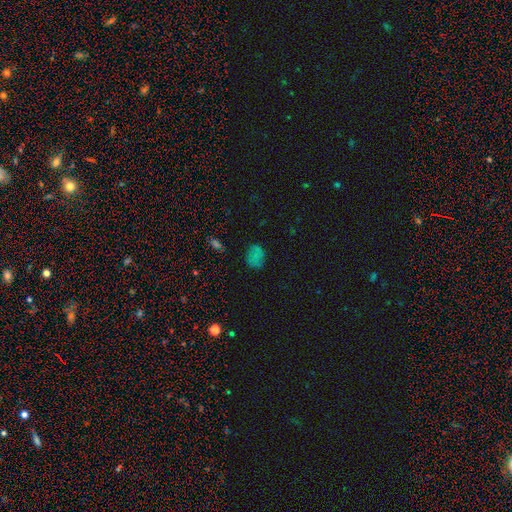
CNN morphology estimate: smooth-or-featured: smooth: 62% | star or artifact: 27% | featured or disk: 11%
  how-rounded: in between: 52% | round: 46% | cigar-shaped: 2%
  merging: none: 69% | minor disturbance: 21% | major disturbance: 7% | merger: 3%